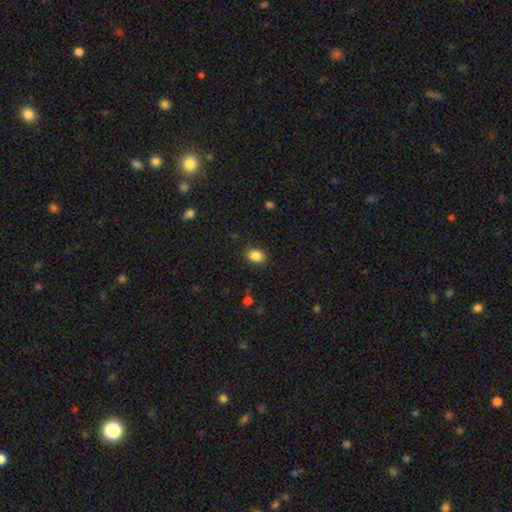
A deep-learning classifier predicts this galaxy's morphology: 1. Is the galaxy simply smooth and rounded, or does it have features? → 87% smooth, 9% star or artifact, 4% featured or disk.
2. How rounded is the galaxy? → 65% in between, 34% round, 1% cigar-shaped.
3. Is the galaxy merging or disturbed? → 88% none, 9% minor disturbance, 2% major disturbance, 1% merger.